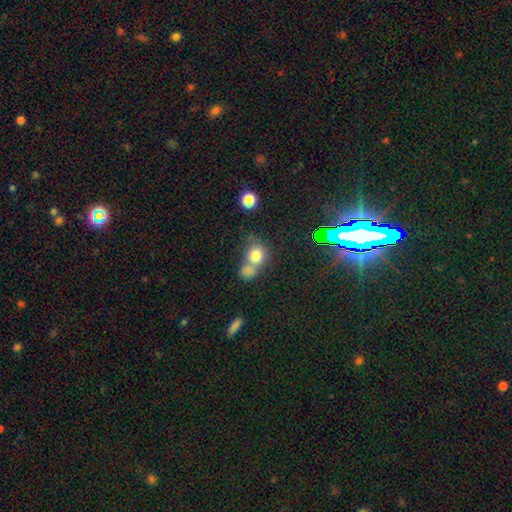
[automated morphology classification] smooth 76%, star or artifact 14%, featured or disk 11%. Down the decision tree: how rounded — round (73%); merging — merger (50%).